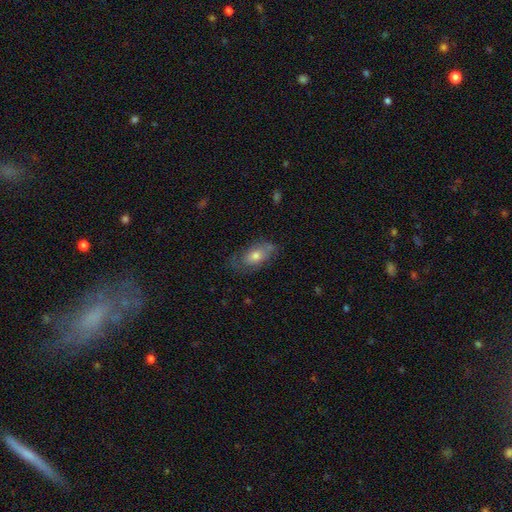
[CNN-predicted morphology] Smooth or featured? Predicted: smooth (p=0.50). Merging? Predicted: none (p=0.63).